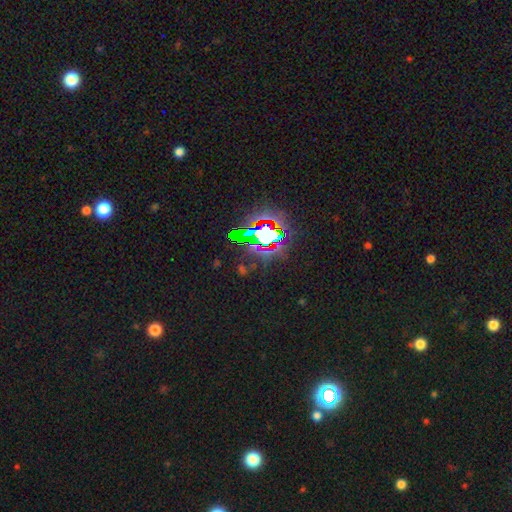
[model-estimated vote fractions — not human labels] Smooth or featured?
  - star or artifact: 81% *
  - smooth: 11%
  - featured or disk: 8%